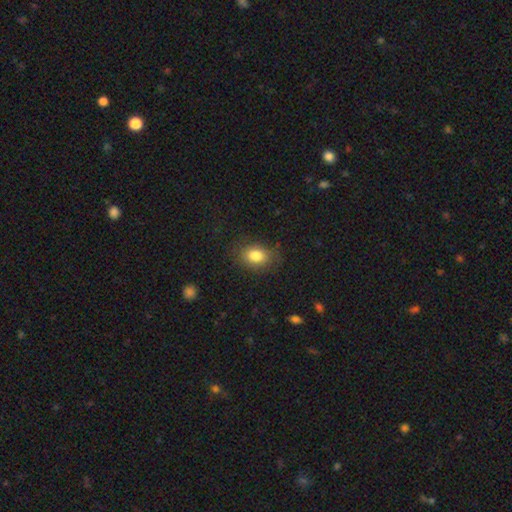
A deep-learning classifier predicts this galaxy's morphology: Smooth or featured? smooth (82%)
How rounded? in between (75%)
Merging? none (78%)